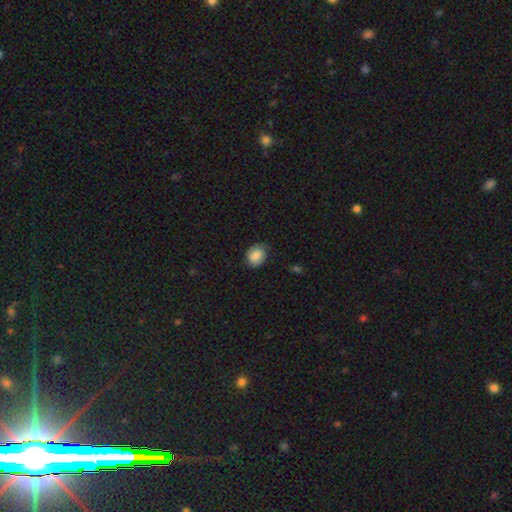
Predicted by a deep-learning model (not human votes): Q: Smooth or featured?
A: smooth (80%); runner-up: featured or disk (12%)
Q: How rounded?
A: round (56%); runner-up: in between (44%)
Q: Merging?
A: none (72%); runner-up: minor disturbance (22%)